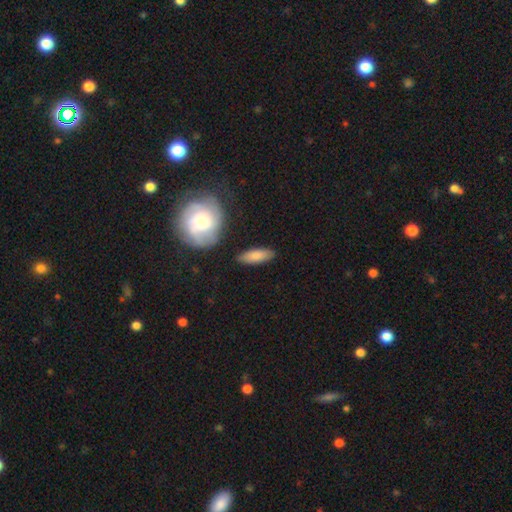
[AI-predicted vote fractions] Smooth or featured? smooth (79%)
How rounded? in between (60%)
Merging? none (83%)